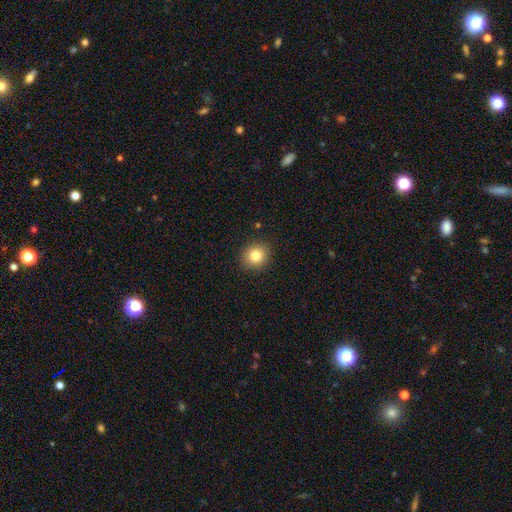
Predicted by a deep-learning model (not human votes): Smooth or featured? Predicted: smooth (p=0.82). How rounded? Predicted: round (p=0.83). Merging? Predicted: none (p=0.90).